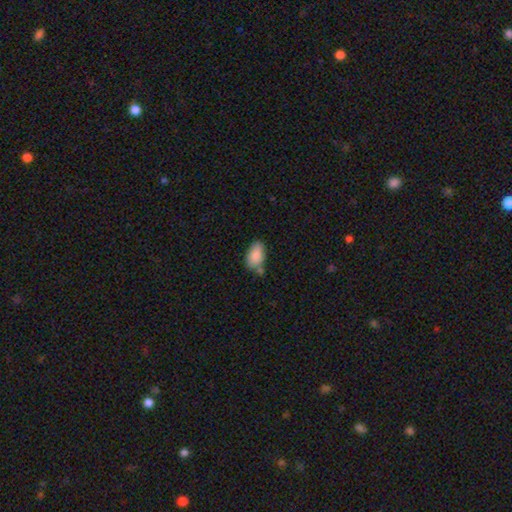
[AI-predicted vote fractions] A smooth galaxy with no disk features (85%) that is in between round and cigar-shaped (92%).

Vote fractions:
- Smooth or featured? smooth: 85% / featured or disk: 8% / star or artifact: 7%
- How rounded? in between: 92% / round: 6% / cigar-shaped: 2%
- Merging? none: 58% / minor disturbance: 23% / merger: 13% / major disturbance: 5%